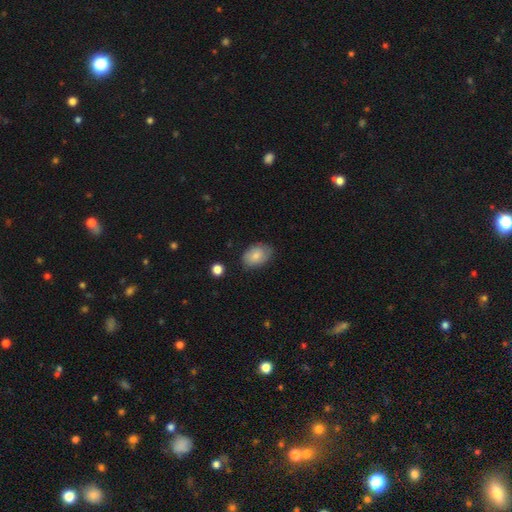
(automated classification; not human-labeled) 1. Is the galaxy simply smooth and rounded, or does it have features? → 77% smooth, 16% featured or disk, 7% star or artifact.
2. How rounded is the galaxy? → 85% in between, 14% round, 1% cigar-shaped.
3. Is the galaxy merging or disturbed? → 75% none, 20% minor disturbance, 4% major disturbance, 2% merger.